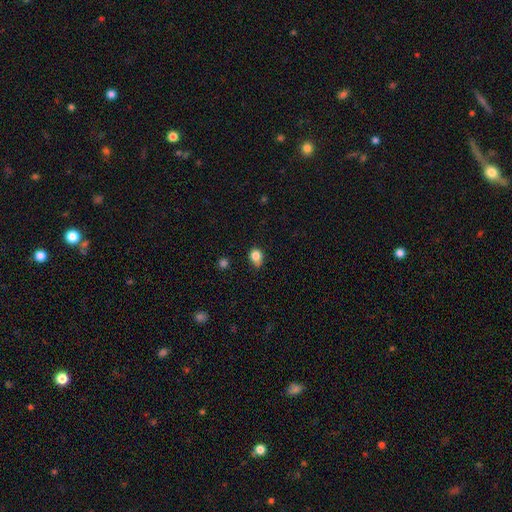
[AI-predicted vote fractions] Morphology: type=smooth (84%); roundness=round (55%); merging=none (61%).